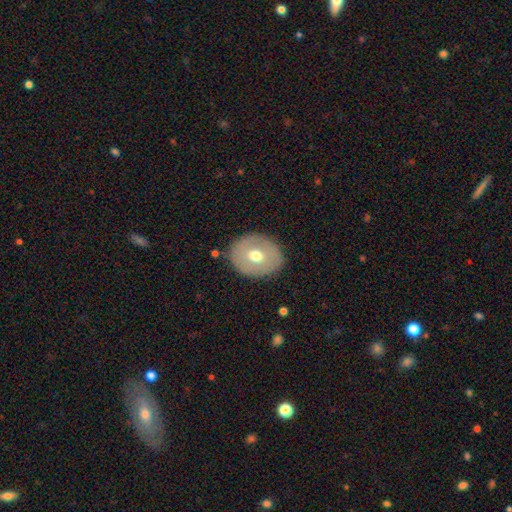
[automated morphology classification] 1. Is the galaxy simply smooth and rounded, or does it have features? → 57% smooth, 36% featured or disk, 7% star or artifact.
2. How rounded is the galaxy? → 58% round, 41% in between, 1% cigar-shaped.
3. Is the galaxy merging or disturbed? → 84% none, 10% minor disturbance, 3% major disturbance, 2% merger.